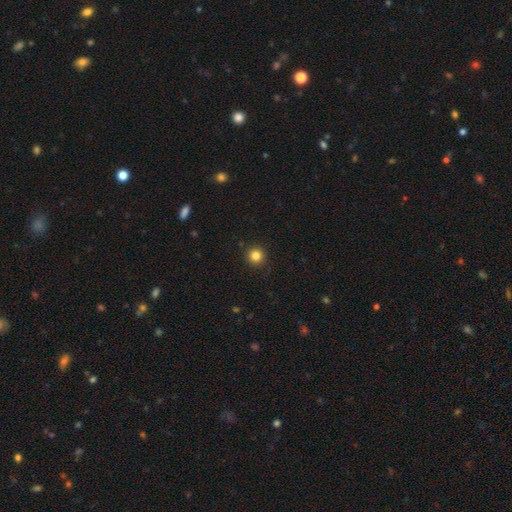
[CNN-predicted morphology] A smooth galaxy with no disk features (84%) that is round (95%).

Vote fractions:
- Smooth or featured? smooth: 84% / star or artifact: 12% / featured or disk: 4%
- How rounded? round: 95% / in between: 4% / cigar-shaped: 1%
- Merging? none: 92% / minor disturbance: 5% / major disturbance: 2% / merger: 1%